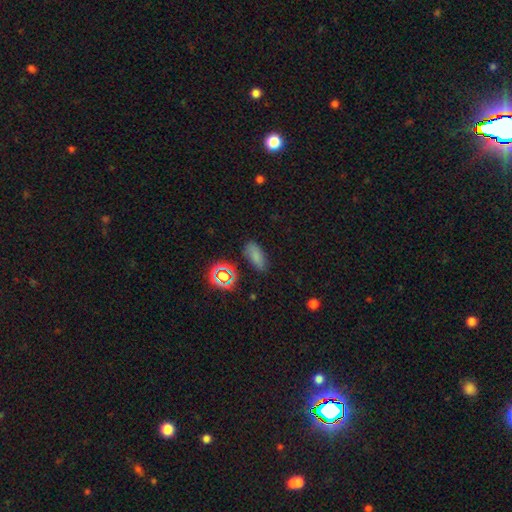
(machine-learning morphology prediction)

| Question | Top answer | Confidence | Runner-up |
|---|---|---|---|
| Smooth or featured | smooth | 74% | star or artifact (18%) |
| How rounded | in between | 84% | cigar-shaped (9%) |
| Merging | none | 78% | minor disturbance (15%) |